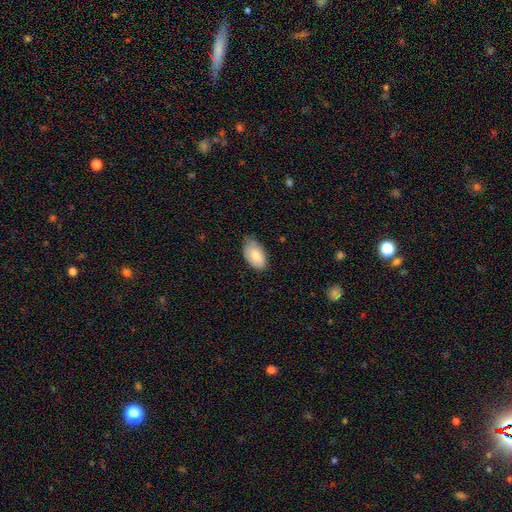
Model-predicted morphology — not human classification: Smooth or featured: smooth — 82% (featured or disk — 12%)
How rounded: in between — 95% (round — 4%)
Merging: none — 67% (minor disturbance — 28%)